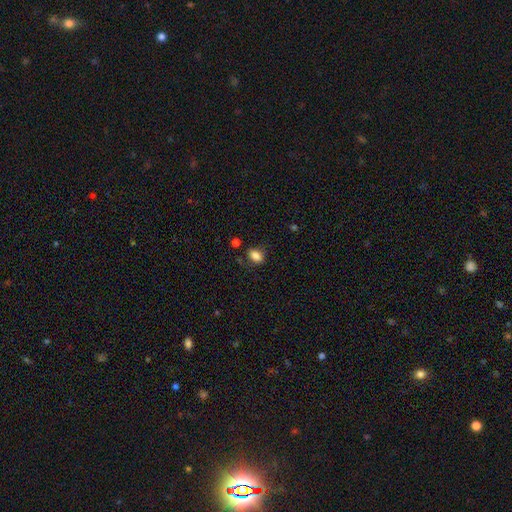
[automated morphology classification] smooth 85%, star or artifact 10%, featured or disk 6%. Down the decision tree: how rounded — in between (83%); merging — none (78%).